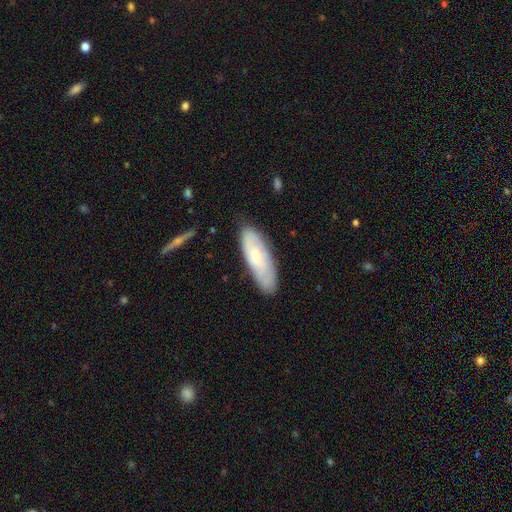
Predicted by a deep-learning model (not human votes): This is possibly a smooth galaxy (52%). How rounded: likely in between (60%). Merging: likely none (78%).